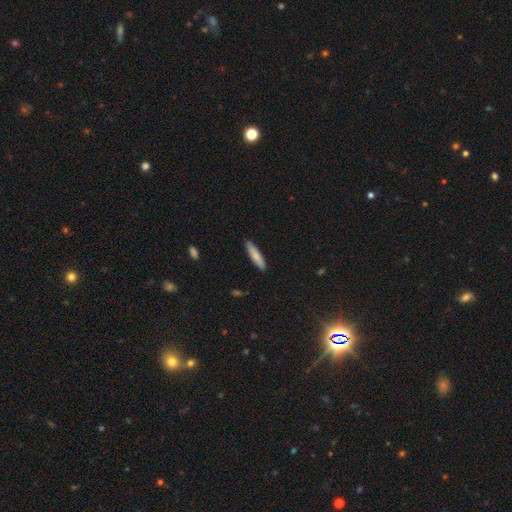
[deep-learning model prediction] This appears to be a smooth galaxy with no disk features (80%) that is cigar-shaped (83%). Merging: none (89%).